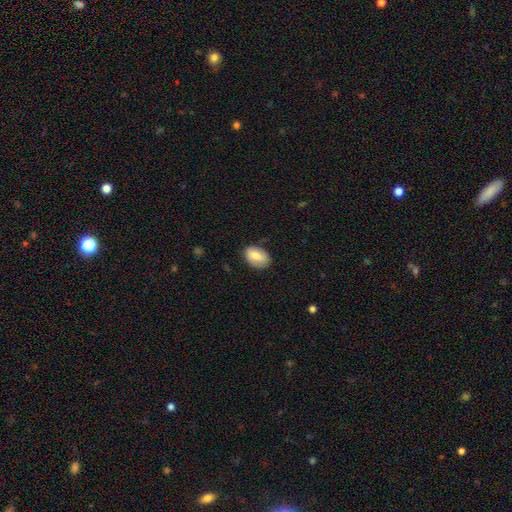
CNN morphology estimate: A smooth galaxy with no disk features (77%) that is in between round and cigar-shaped (87%).

Vote fractions:
- Smooth or featured? smooth: 77% / featured or disk: 16% / star or artifact: 7%
- How rounded? in between: 87% / round: 12% / cigar-shaped: 1%
- Merging? none: 74% / minor disturbance: 20% / major disturbance: 4% / merger: 1%